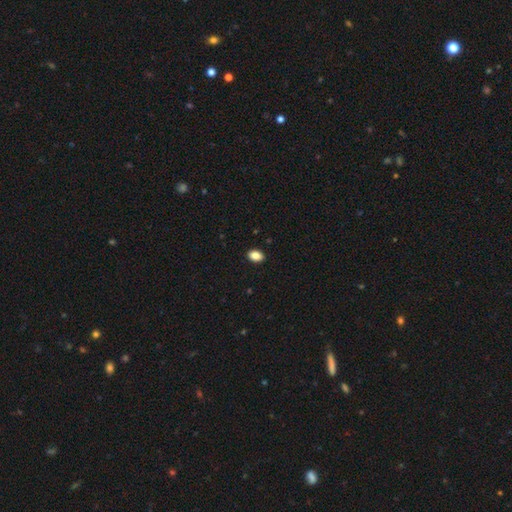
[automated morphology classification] Q: Smooth or featured?
A: smooth (88%); runner-up: star or artifact (8%)
Q: How rounded?
A: in between (84%); runner-up: round (15%)
Q: Merging?
A: none (91%); runner-up: minor disturbance (7%)